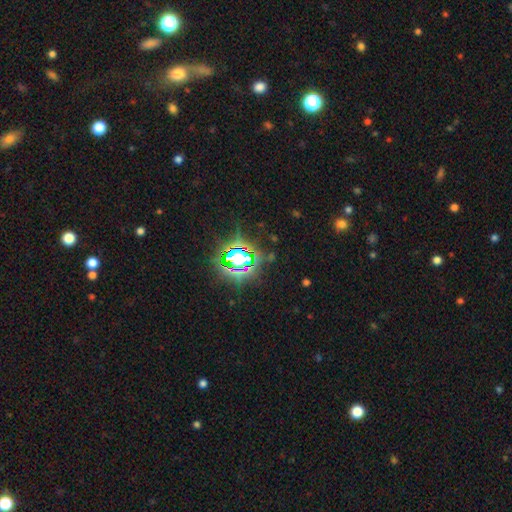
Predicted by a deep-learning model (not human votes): Smooth or featured: star or artifact — 81% (smooth — 11%)